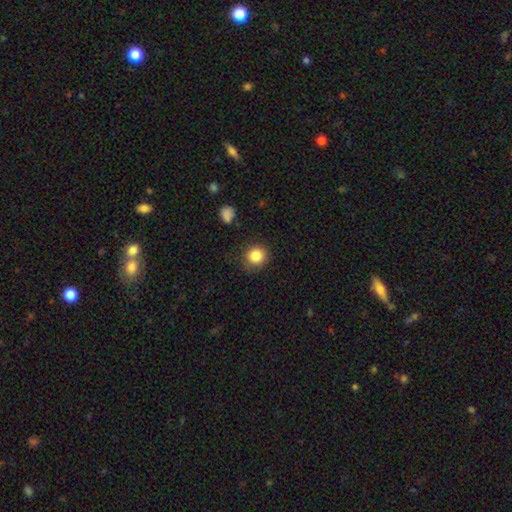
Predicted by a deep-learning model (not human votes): Overall: smooth (84%). How rounded: round (89%). Merging: none (83%).